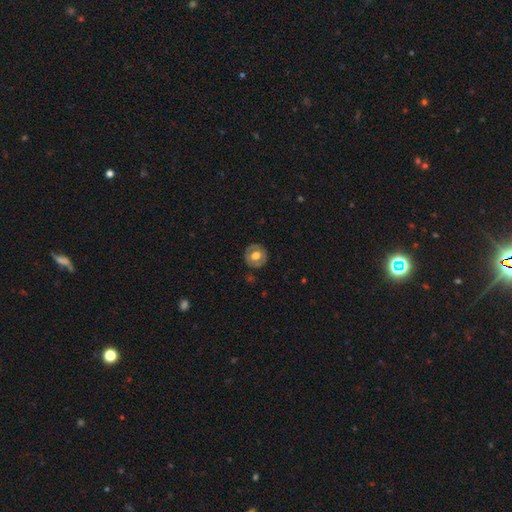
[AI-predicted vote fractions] smooth-or-featured: smooth: 53% | featured or disk: 41% | star or artifact: 7%
  how-rounded: round: 89% | in between: 10% | cigar-shaped: 1%
  merging: none: 85% | minor disturbance: 11% | major disturbance: 3% | merger: 1%